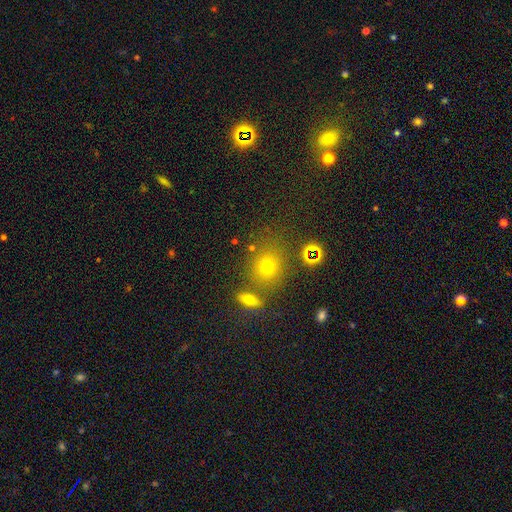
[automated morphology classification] type=smooth (51%); roundness=round (80%); merging=none (68%).